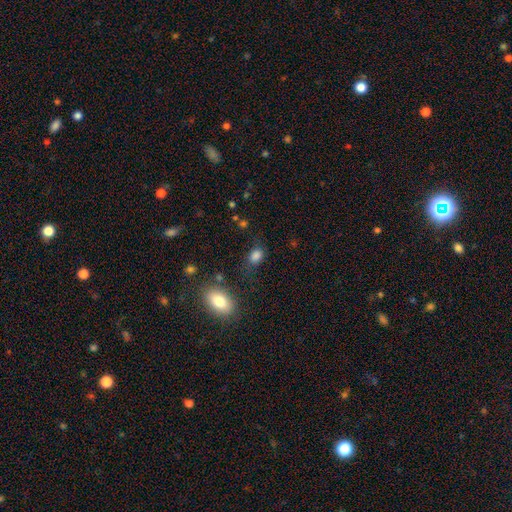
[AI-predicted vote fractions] Smooth or featured? smooth (84%)
How rounded? in between (79%)
Merging? none (72%)